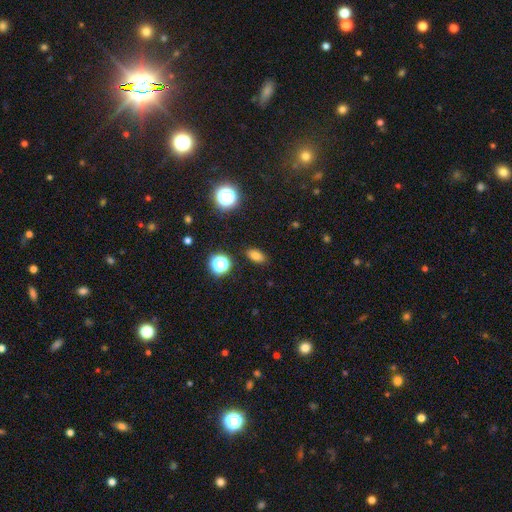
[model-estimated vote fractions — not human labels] Smooth or featured: smooth — 78% (star or artifact — 16%)
How rounded: in between — 83% (round — 14%)
Merging: none — 88% (minor disturbance — 8%)